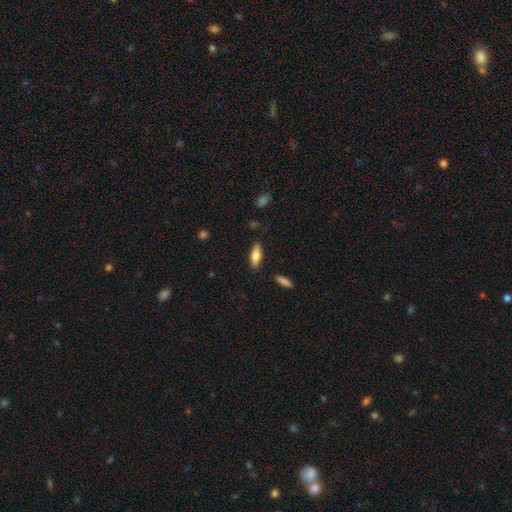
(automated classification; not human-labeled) smooth_or_featured: smooth (p=0.69) [alt: featured or disk p=0.25]
how_rounded: in between (p=0.54) [alt: cigar-shaped p=0.44]
merging: none (p=0.85) [alt: minor disturbance p=0.11]